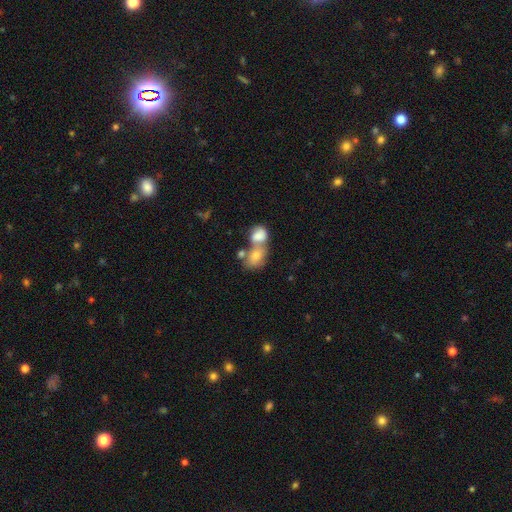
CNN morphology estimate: A smooth galaxy with no disk features (73%) that is in between round and cigar-shaped (73%). Merging: merger (68%).